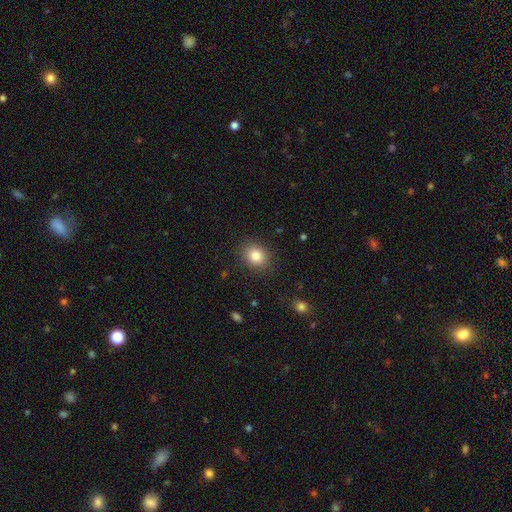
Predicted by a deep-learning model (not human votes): Overall: smooth (83%). How rounded: round (55%; in between 44%). Merging: none (87%).